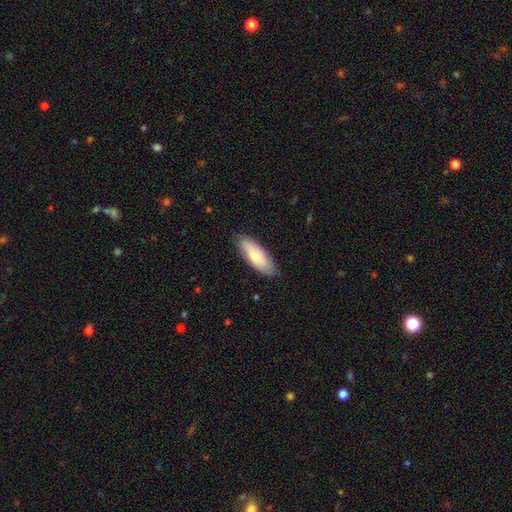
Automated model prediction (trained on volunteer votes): Smooth or featured?
  - smooth: 75% *
  - featured or disk: 20%
  - star or artifact: 5%
How rounded?
  - in between: 68% *
  - cigar-shaped: 30%
  - round: 2%
Merging?
  - none: 83% *
  - minor disturbance: 13%
  - major disturbance: 2%
  - merger: 1%